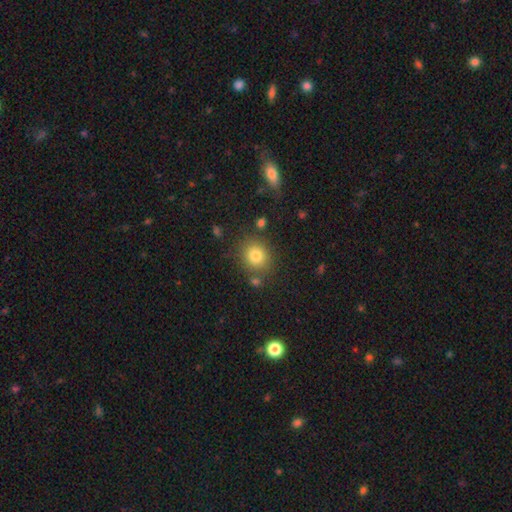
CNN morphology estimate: Q: Smooth or featured?
A: smooth (80%); runner-up: star or artifact (12%)
Q: How rounded?
A: round (80%); runner-up: in between (19%)
Q: Merging?
A: none (80%); runner-up: minor disturbance (10%)